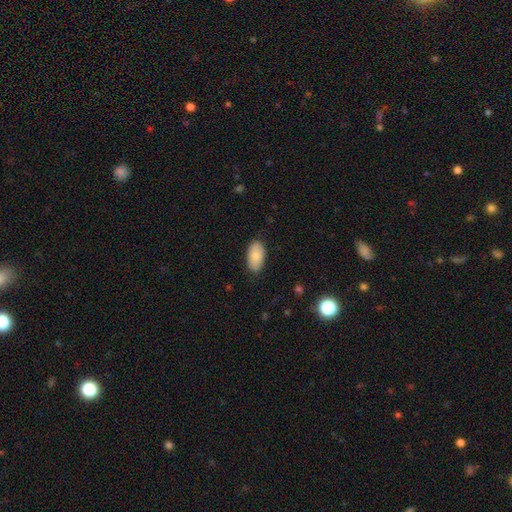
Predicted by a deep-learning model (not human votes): smooth-or-featured: smooth: 81% | featured or disk: 12% | star or artifact: 6%
  how-rounded: in between: 94% | round: 3% | cigar-shaped: 2%
  merging: none: 84% | minor disturbance: 13% | major disturbance: 2% | merger: 1%